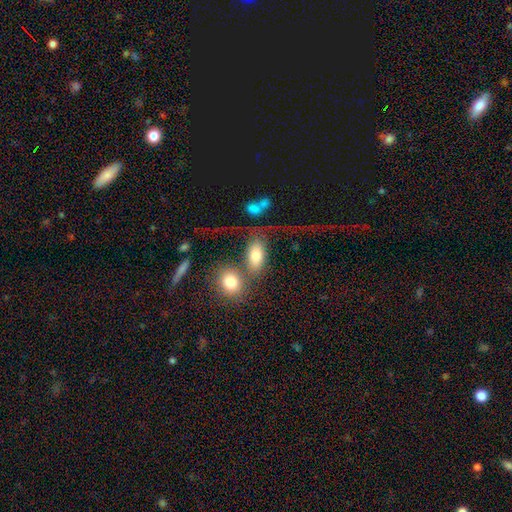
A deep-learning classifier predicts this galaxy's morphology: smooth-or-featured: smooth: 73% | featured or disk: 17% | star or artifact: 10%
  how-rounded: in between: 84% | round: 12% | cigar-shaped: 4%
  merging: merger: 44% | none: 29% | major disturbance: 16% | minor disturbance: 11%